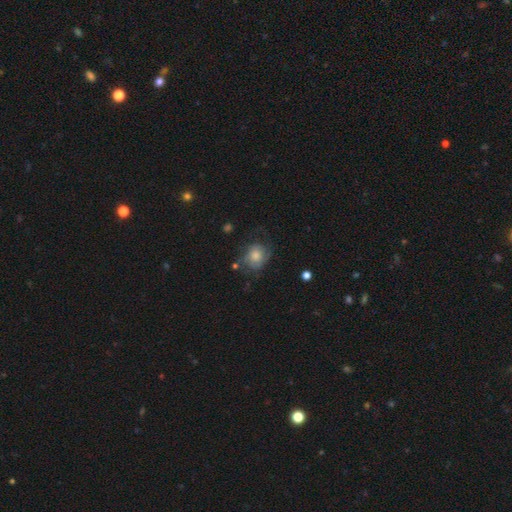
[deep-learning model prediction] The model was most divided on "smooth or featured": smooth: 48%, featured or disk: 44%, star or artifact: 8%. More confident: merging — none (52%).